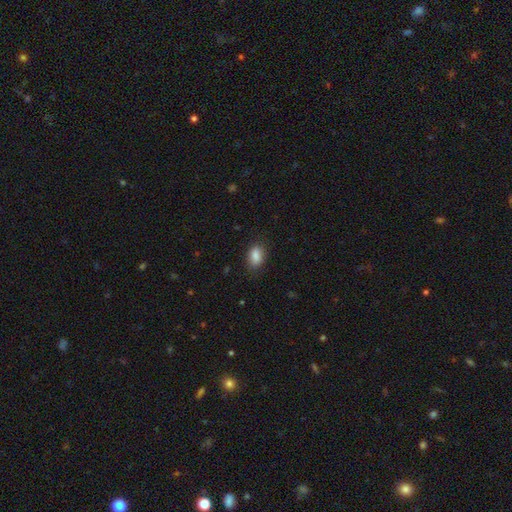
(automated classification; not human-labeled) This is clearly a smooth galaxy (87%). How rounded: clearly in between (86%). Merging: clearly none (82%).